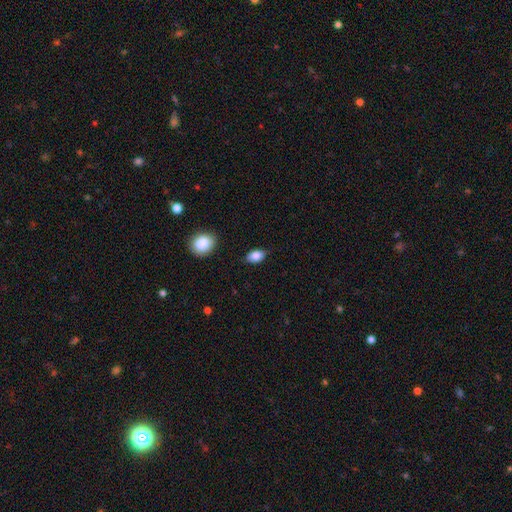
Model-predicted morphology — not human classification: smooth_or_featured: smooth (p=0.86) [alt: star or artifact p=0.08]
how_rounded: in between (p=0.87) [alt: round p=0.11]
merging: none (p=0.83) [alt: minor disturbance p=0.13]